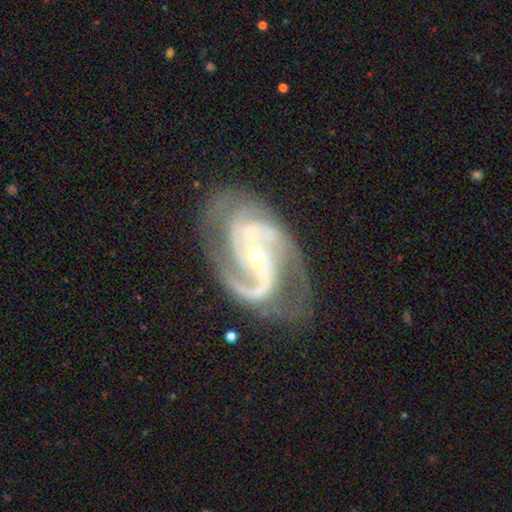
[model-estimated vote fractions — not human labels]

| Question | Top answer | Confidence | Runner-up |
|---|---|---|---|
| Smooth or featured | featured or disk | 93% | star or artifact (5%) |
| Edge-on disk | no | 98% | yes (2%) |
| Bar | strong | 38% | weak (33%) |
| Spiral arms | yes | 99% | no (1%) |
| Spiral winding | medium | 57% | tight (29%) |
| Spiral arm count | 2 | 50% | 3 (31%) |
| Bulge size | small | 73% | moderate (24%) |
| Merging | none | 68% | minor disturbance (19%) |